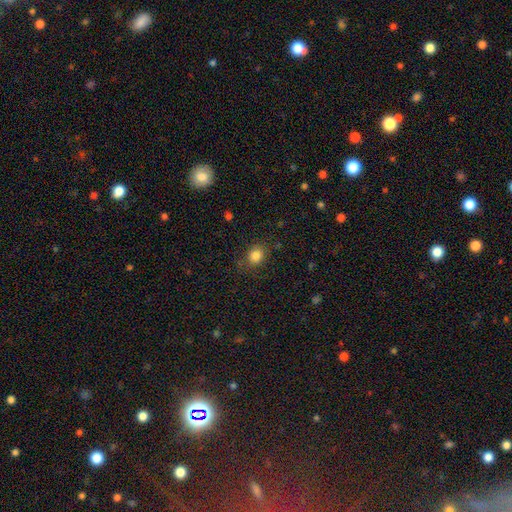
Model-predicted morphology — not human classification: Smooth or featured? Predicted: smooth (p=0.83). How rounded? Predicted: round (p=0.71). Merging? Predicted: none (p=0.83).